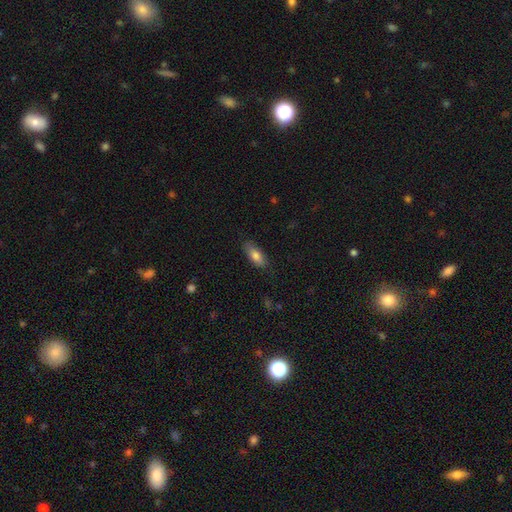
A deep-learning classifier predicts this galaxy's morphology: smooth-or-featured: smooth: 81% | featured or disk: 13% | star or artifact: 7%
  how-rounded: in between: 77% | cigar-shaped: 20% | round: 2%
  merging: none: 82% | minor disturbance: 14% | major disturbance: 3% | merger: 1%